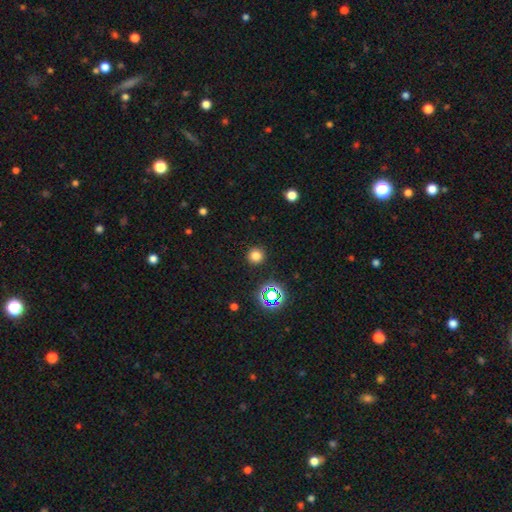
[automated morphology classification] smooth_or_featured: smooth (p=0.75) [alt: star or artifact p=0.19]
how_rounded: round (p=0.94) [alt: in between p=0.05]
merging: none (p=0.91) [alt: minor disturbance p=0.05]